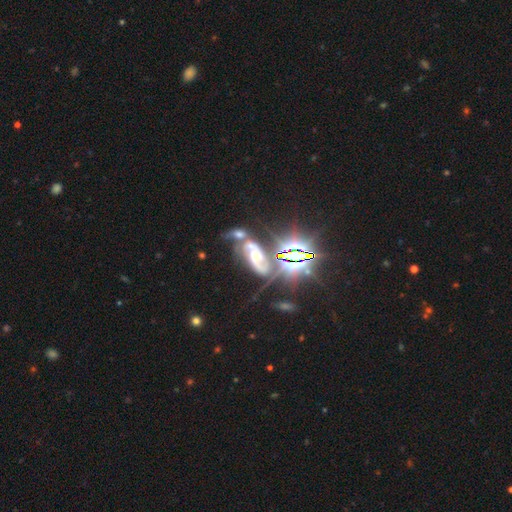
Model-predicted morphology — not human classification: Smooth or featured?
  - featured or disk: 56% *
  - star or artifact: 30%
  - smooth: 14%
Edge-on disk?
  - no: 92% *
  - yes: 8%
Bar?
  - no: 52% *
  - weak: 29%
  - strong: 19%
Spiral arms?
  - yes: 82% *
  - no: 18%
Bulge size?
  - moderate: 39% *
  - small: 28%
  - large: 15%
  - none: 14%
  - dominant: 4%
Merging?
  - merger: 40% *
  - none: 26%
  - major disturbance: 19%
  - minor disturbance: 15%